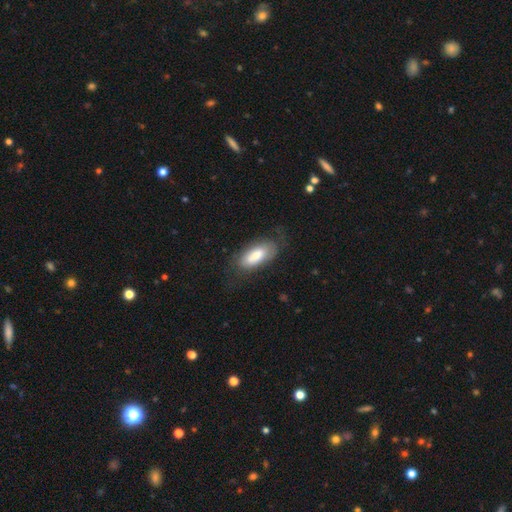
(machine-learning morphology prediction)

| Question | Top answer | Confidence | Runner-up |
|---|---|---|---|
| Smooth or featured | smooth | 73% | featured or disk (21%) |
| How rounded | in between | 86% | cigar-shaped (11%) |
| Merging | none | 67% | minor disturbance (21%) |